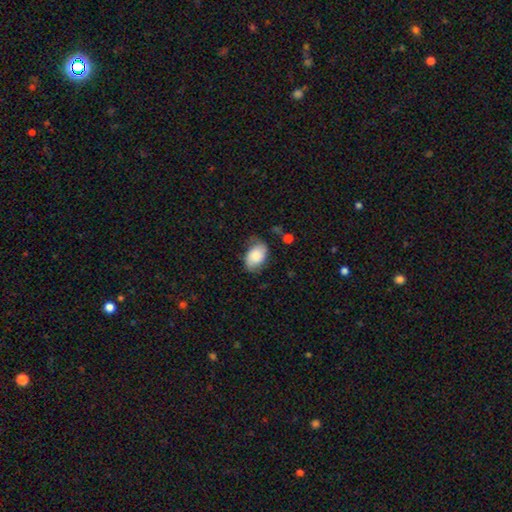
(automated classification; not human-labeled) smooth_or_featured: smooth (p=0.68) [alt: featured or disk p=0.24]
how_rounded: in between (p=0.87) [alt: round p=0.12]
merging: none (p=0.61) [alt: minor disturbance p=0.28]